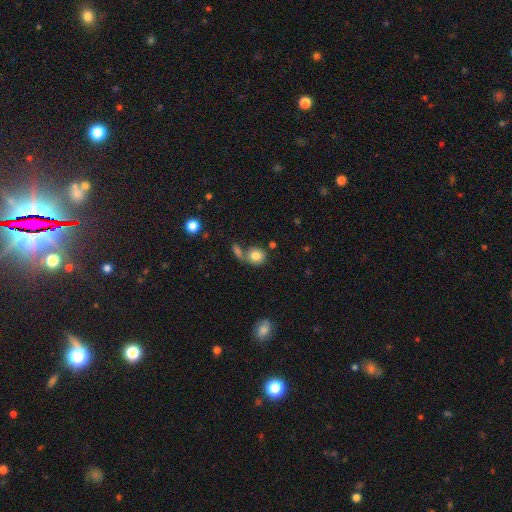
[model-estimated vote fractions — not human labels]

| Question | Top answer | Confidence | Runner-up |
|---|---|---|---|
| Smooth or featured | smooth | 81% | featured or disk (10%) |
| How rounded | round | 76% | in between (22%) |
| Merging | none | 53% | merger (30%) |